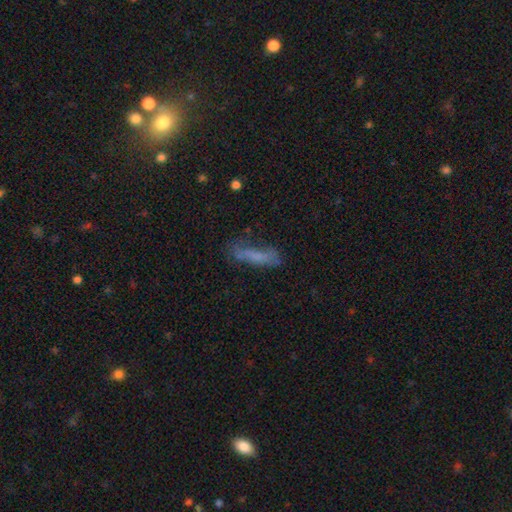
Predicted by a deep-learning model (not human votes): This appears to be a smooth galaxy with no disk features (58%) that is cigar-shaped (71%). Merging: none (53%).